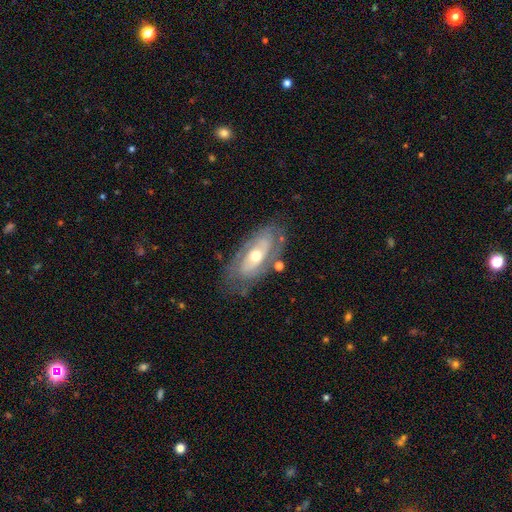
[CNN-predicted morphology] This is likely a featured or disk galaxy (73%). It is clearly not viewed edge-on (89%). Bar: likely no (74%). Spiral arm pattern: likely yes (67%). Central bulge: likely moderate (65%). Merging: likely none (71%).